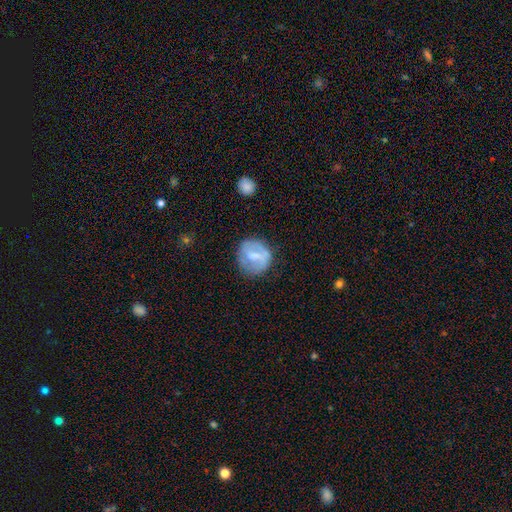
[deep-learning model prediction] smooth-or-featured: featured or disk: 50% | smooth: 43% | star or artifact: 7%
  disk-edge-on: no: 97% | yes: 3%
  merging: none: 69% | minor disturbance: 20% | major disturbance: 9% | merger: 2%